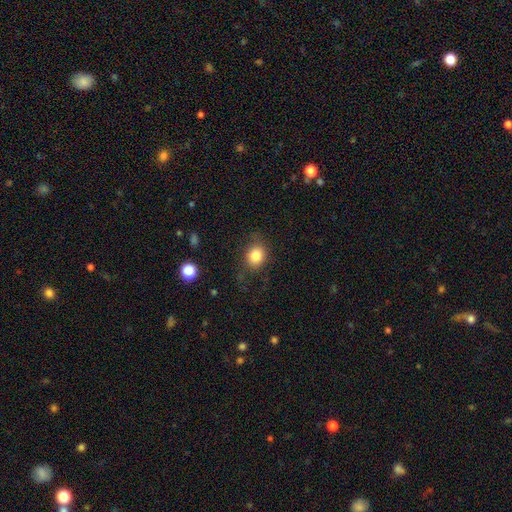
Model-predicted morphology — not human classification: Smooth or featured?
  - smooth: 82% *
  - star or artifact: 10%
  - featured or disk: 8%
How rounded?
  - round: 58% *
  - in between: 41%
  - cigar-shaped: 1%
Merging?
  - none: 70% *
  - minor disturbance: 19%
  - major disturbance: 10%
  - merger: 2%